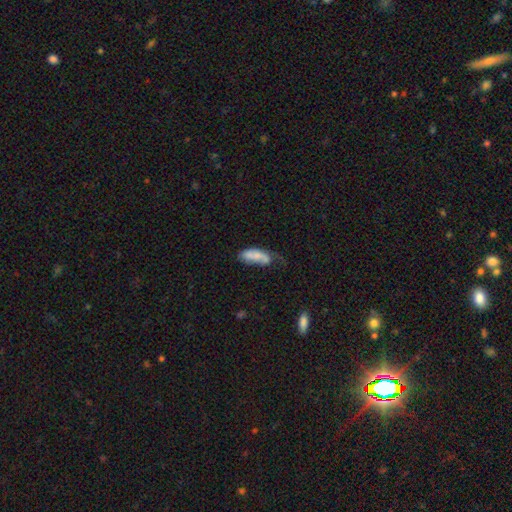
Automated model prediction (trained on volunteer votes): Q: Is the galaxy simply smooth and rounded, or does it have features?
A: smooth — 67%.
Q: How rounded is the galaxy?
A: in between — 80%.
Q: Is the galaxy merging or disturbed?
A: minor disturbance — 33%.